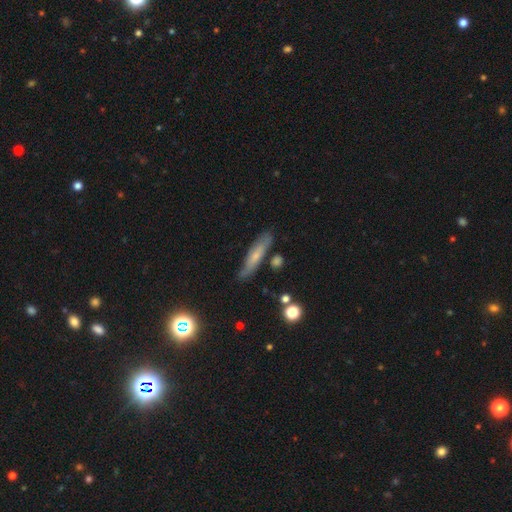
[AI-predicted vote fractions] smooth_or_featured: smooth (p=0.56) [alt: featured or disk p=0.36]
how_rounded: cigar-shaped (p=0.77) [alt: in between p=0.20]
merging: none (p=0.75) [alt: minor disturbance p=0.17]